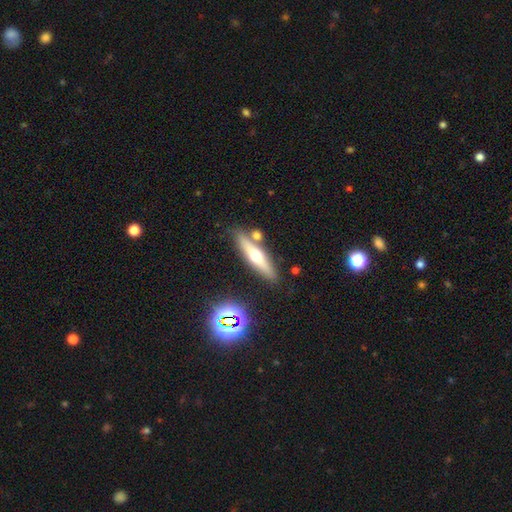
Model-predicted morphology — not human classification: type=featured or disk (54%); edge-on=yes (91%); merging=none (80%).